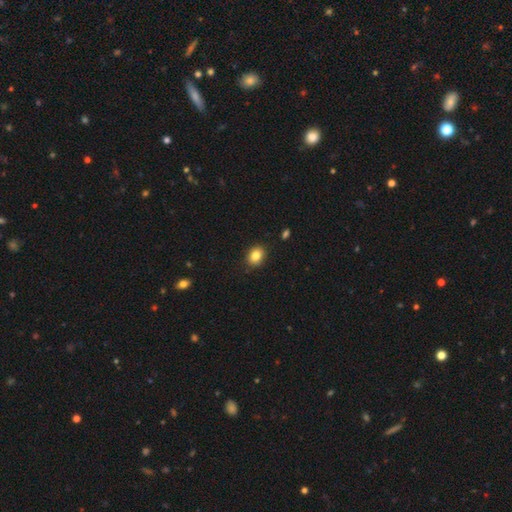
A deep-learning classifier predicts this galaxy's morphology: smooth 84%, star or artifact 10%, featured or disk 6%. Down the decision tree: how rounded — round (56%); merging — none (88%).